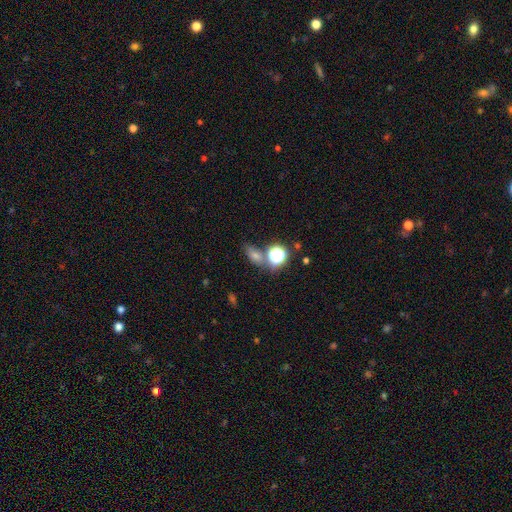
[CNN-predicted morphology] smooth 46%, star or artifact 39%, featured or disk 15%. Down the decision tree: merging — none (67%).